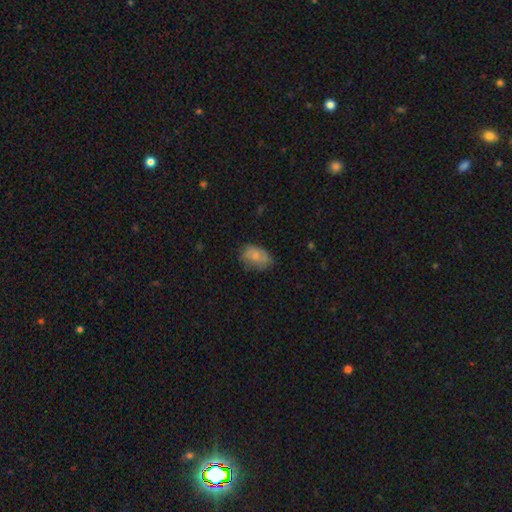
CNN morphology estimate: This is likely a smooth galaxy (71%). How rounded: clearly in between (85%). Merging: possibly none (57%).